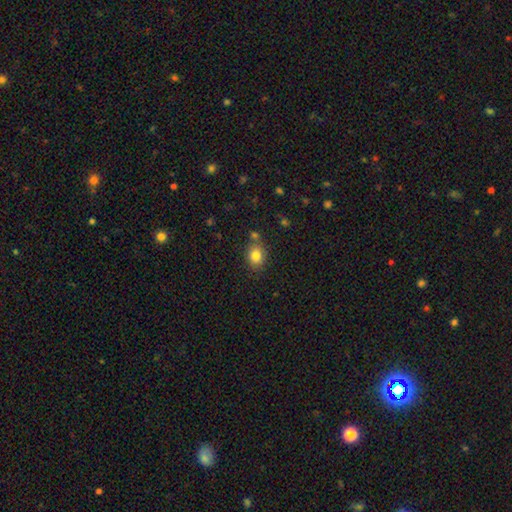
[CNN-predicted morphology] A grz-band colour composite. It shows a smooth galaxy with no disk features (82%) that is round (51%). Merging: none (73%).